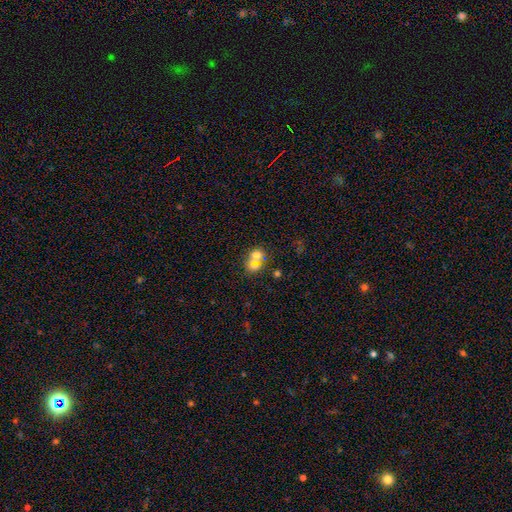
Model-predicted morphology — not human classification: This appears to be a smooth galaxy with no disk features (60%) that is round (68%). Merging: merger (60%).